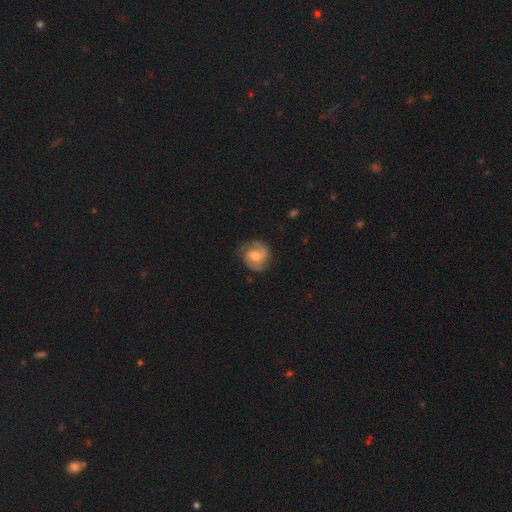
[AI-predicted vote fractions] Morphology: type=featured or disk (78%); edge-on=no (98%); bar=no (54%); spiral arms=yes (95%); winding=medium (47%); arm count=2 (78%); bulge=moderate (58%); merging=none (75%).